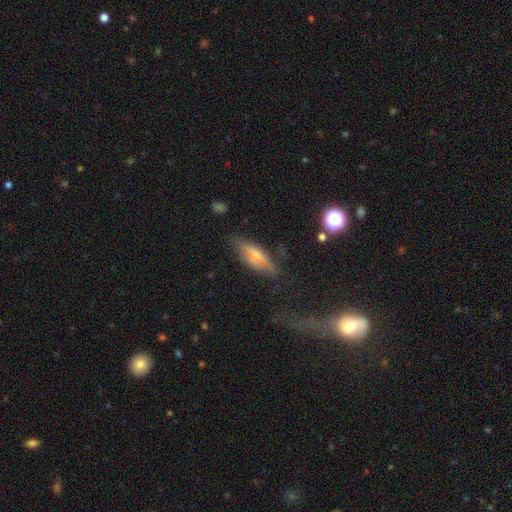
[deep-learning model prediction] Overall: featured or disk (47%; smooth 43%). Merging: none (70%).